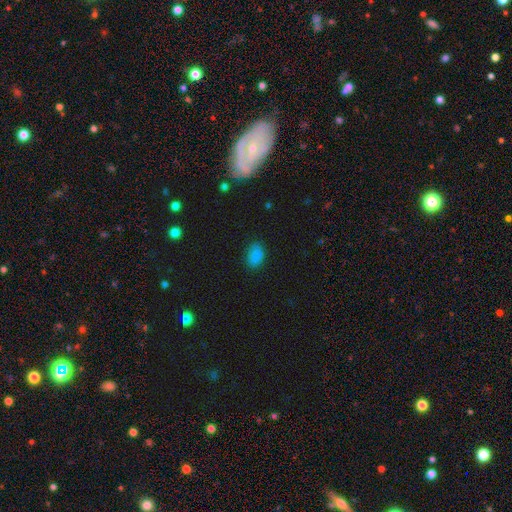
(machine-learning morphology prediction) A smooth galaxy with no disk features (85%) that is in between round and cigar-shaped (88%). Merging: none (82%).